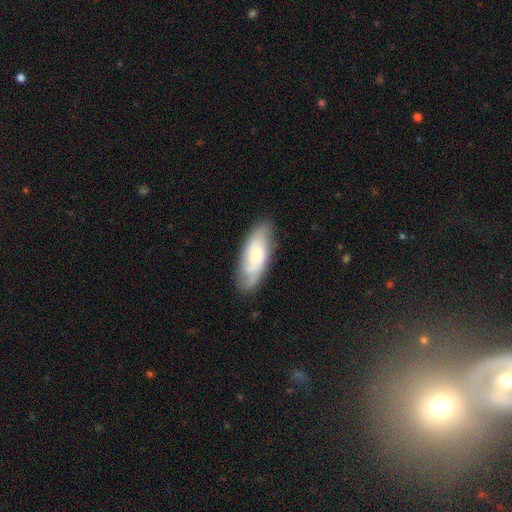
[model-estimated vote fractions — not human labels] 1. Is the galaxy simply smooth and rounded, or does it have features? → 47% smooth, 46% featured or disk, 6% star or artifact.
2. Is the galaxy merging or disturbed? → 80% none, 16% minor disturbance, 4% major disturbance, 1% merger.